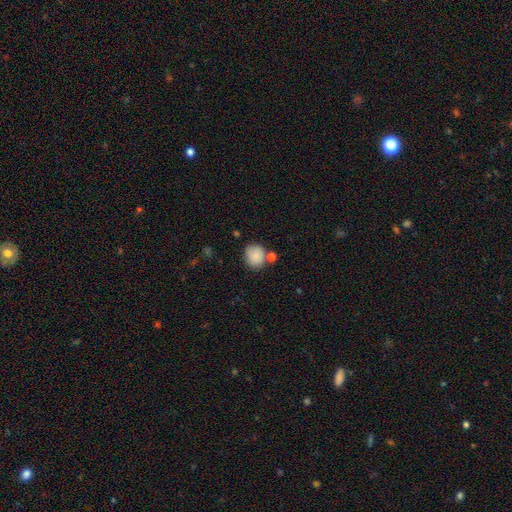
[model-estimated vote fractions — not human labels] Q: Smooth or featured?
A: smooth (85%); runner-up: star or artifact (8%)
Q: How rounded?
A: round (77%); runner-up: in between (22%)
Q: Merging?
A: none (68%); runner-up: merger (14%)